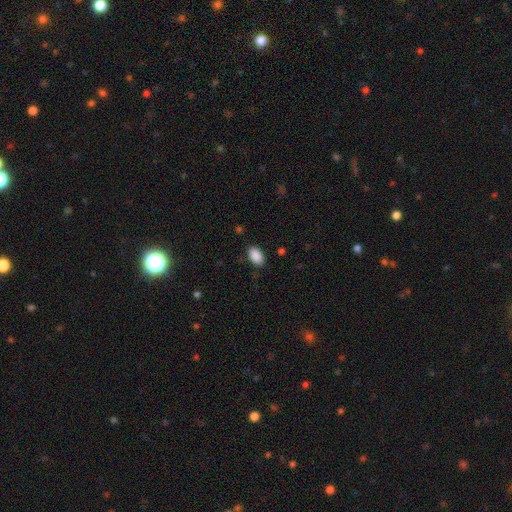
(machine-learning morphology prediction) A smooth galaxy with no disk features (90%) that is in between round and cigar-shaped (92%). Merging: none (85%).